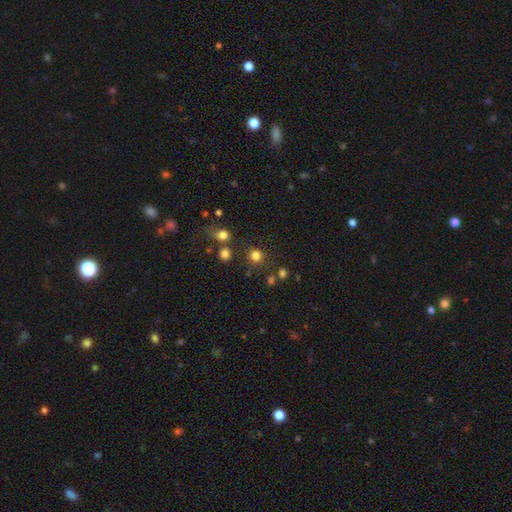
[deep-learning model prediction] Smooth or featured: smooth — 78% (star or artifact — 17%)
How rounded: round — 90% (in between — 9%)
Merging: none — 78% (merger — 10%)